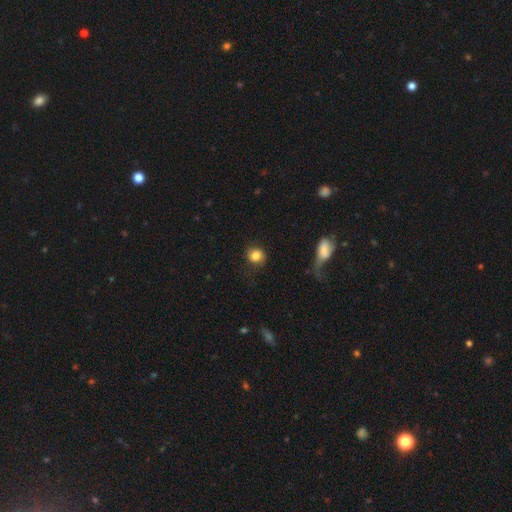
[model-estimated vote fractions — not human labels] A smooth galaxy with no disk features (83%) that is round (79%). Merging: none (75%).